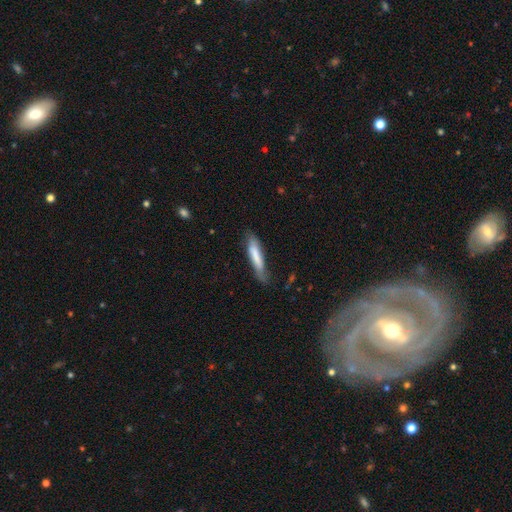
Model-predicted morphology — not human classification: This is likely a smooth galaxy (72%). How rounded: clearly cigar-shaped (85%). Merging: possibly none (59%).